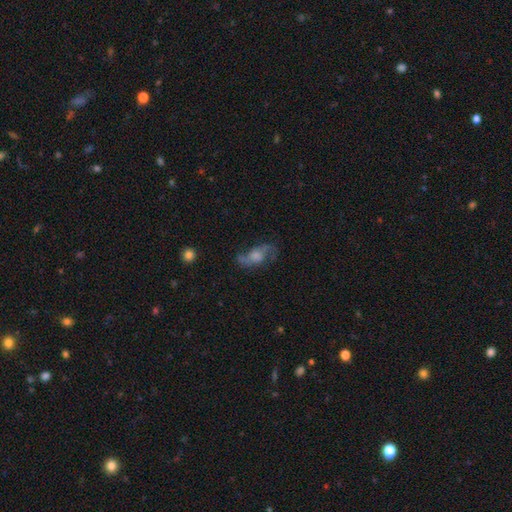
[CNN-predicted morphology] Overall: featured or disk (57%; smooth 33%). Edge-on disk: no (89%). Bar: no (67%; weak 27%). Spiral arms: yes (79%). Bulge size: moderate (35%; small 33%). Merging: none (53%; minor disturbance 23%).